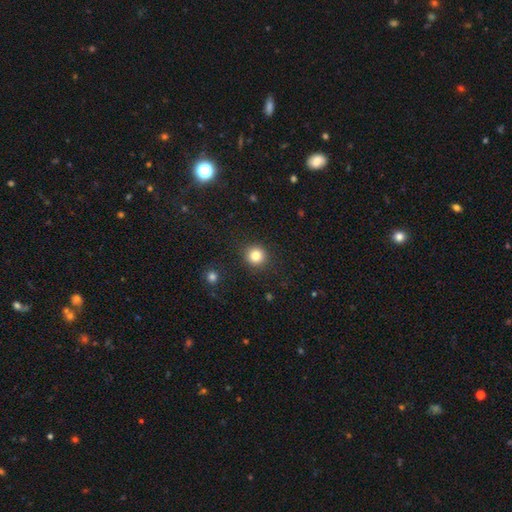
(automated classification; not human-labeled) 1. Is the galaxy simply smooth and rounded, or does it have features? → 83% smooth, 12% star or artifact, 5% featured or disk.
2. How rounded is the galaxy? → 92% round, 7% in between, 1% cigar-shaped.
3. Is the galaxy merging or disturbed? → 90% none, 6% minor disturbance, 2% major disturbance, 1% merger.